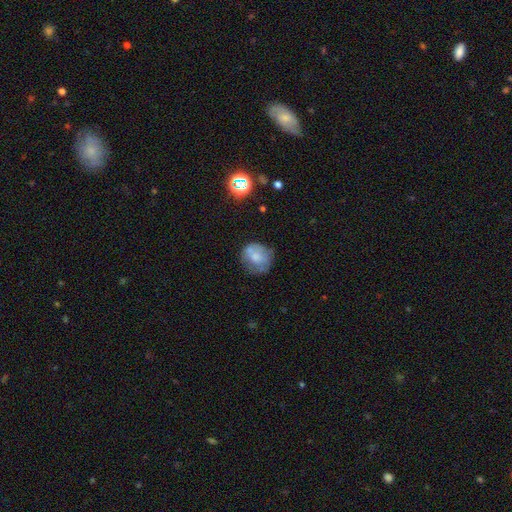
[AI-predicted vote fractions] smooth 60%, featured or disk 29%, star or artifact 11%. Down the decision tree: how rounded — round (78%); merging — none (57%).